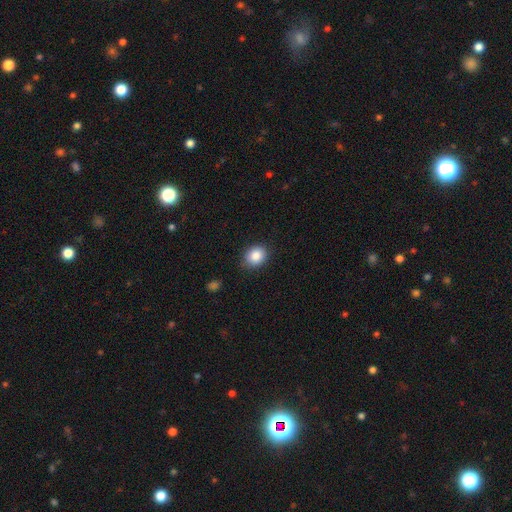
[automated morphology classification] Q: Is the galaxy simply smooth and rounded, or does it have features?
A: smooth — 86%.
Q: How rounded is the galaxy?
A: round — 55%.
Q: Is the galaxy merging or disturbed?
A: none — 84%.